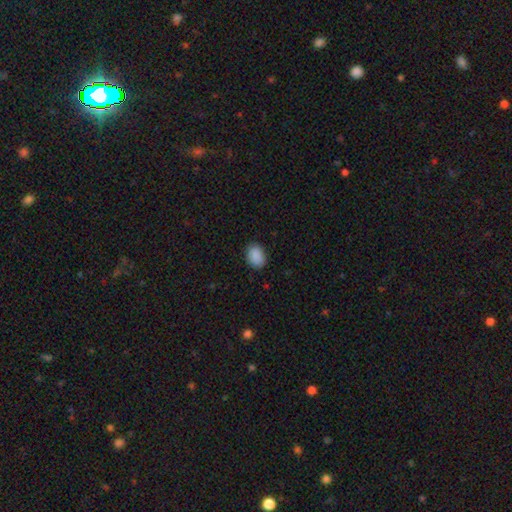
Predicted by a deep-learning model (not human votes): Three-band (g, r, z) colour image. It shows a smooth galaxy with no disk features (90%) that is in between round and cigar-shaped (72%). Merging: none (85%).